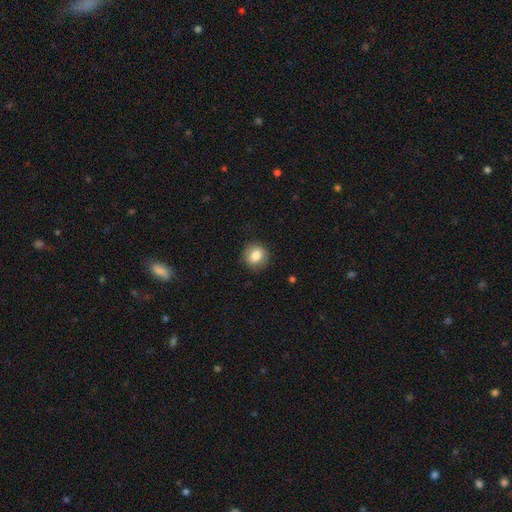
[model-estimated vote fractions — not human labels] Morphology: type=smooth (82%); roundness=round (83%); merging=none (88%).